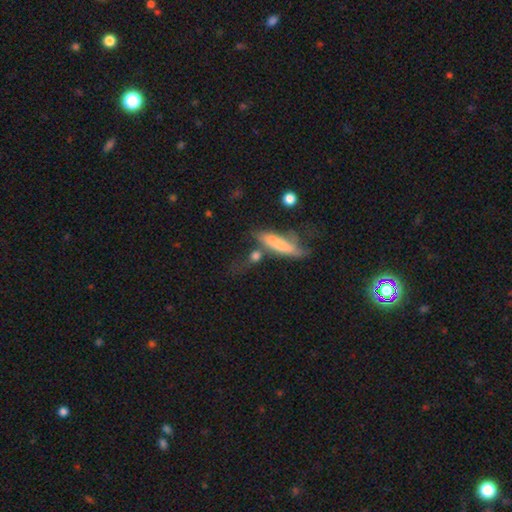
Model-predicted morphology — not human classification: smooth_or_featured: smooth (p=0.68) [alt: featured or disk p=0.22]
how_rounded: cigar-shaped (p=0.45) [alt: in between p=0.37]
merging: none (p=0.43) [alt: merger p=0.23]